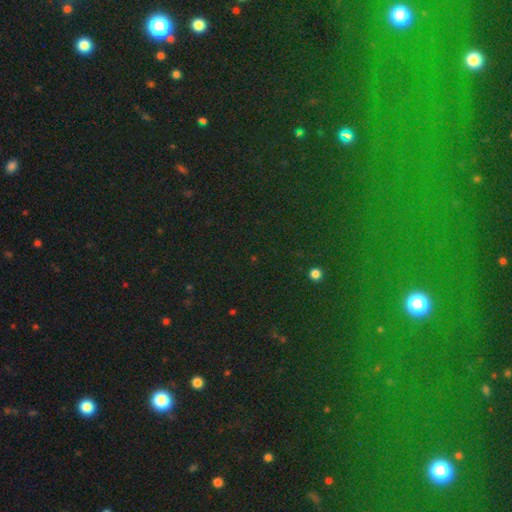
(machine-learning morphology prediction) Smooth or featured?
  - star or artifact: 80% *
  - smooth: 12%
  - featured or disk: 8%